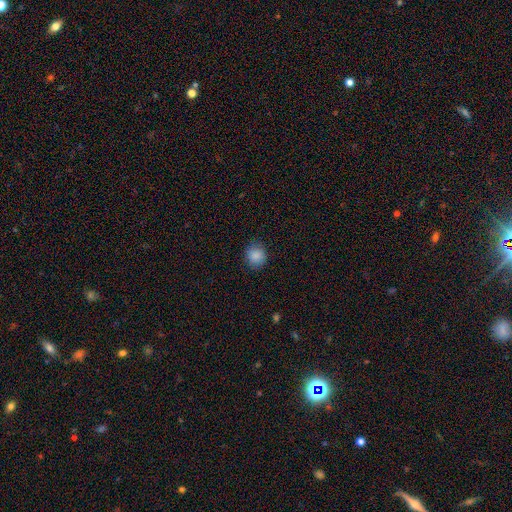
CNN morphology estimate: Smooth or featured? Predicted: smooth (p=0.87). How rounded? Predicted: round (p=0.85). Merging? Predicted: none (p=0.86).